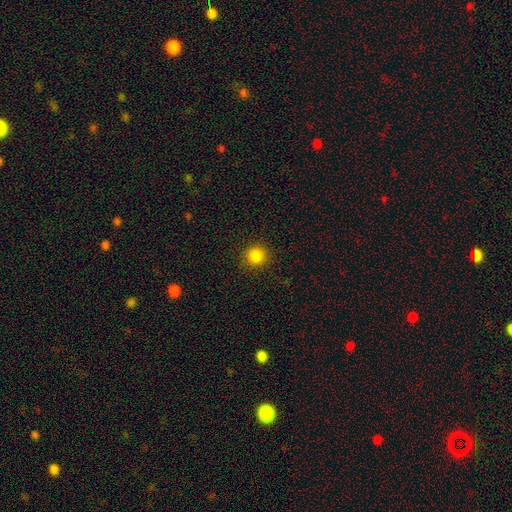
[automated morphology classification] Smooth or featured? Predicted: smooth (p=0.85). How rounded? Predicted: round (p=0.92). Merging? Predicted: none (p=0.90).